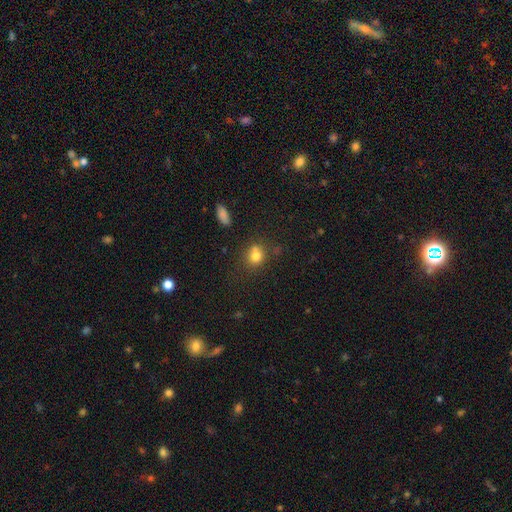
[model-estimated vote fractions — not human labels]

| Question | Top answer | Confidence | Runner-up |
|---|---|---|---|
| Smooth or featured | smooth | 78% | star or artifact (13%) |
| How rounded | round | 69% | in between (30%) |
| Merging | none | 56% | merger (20%) |